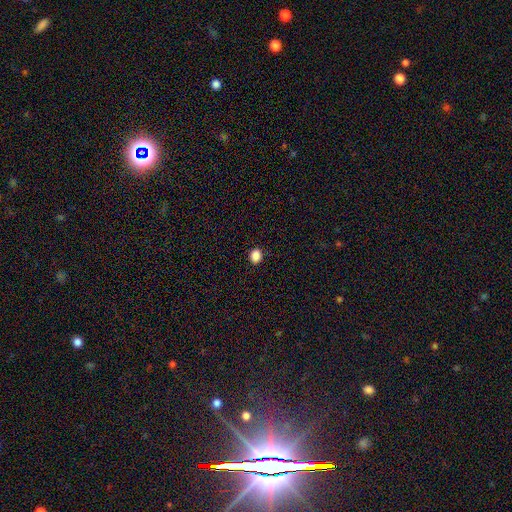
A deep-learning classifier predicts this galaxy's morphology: This is clearly a smooth galaxy (87%). How rounded: possibly round (54%). Merging: clearly none (90%).